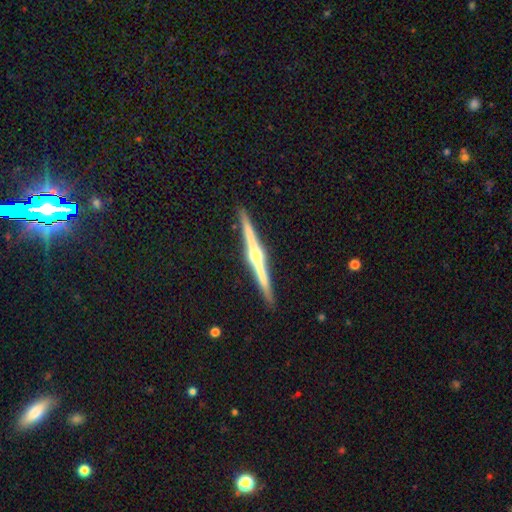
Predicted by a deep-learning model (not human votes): A featured or disk galaxy (84%) viewed edge-on (99%) with a rounded central bulge (91%).

Vote fractions:
- Smooth or featured? featured or disk: 84% / smooth: 11% / star or artifact: 5%
- Edge-on disk? yes: 99% / no: 1%
- Edge-on bulge? rounded: 91% / none: 4% / boxy: 4%
- Merging? none: 92% / minor disturbance: 5% / major disturbance: 1% / merger: 1%